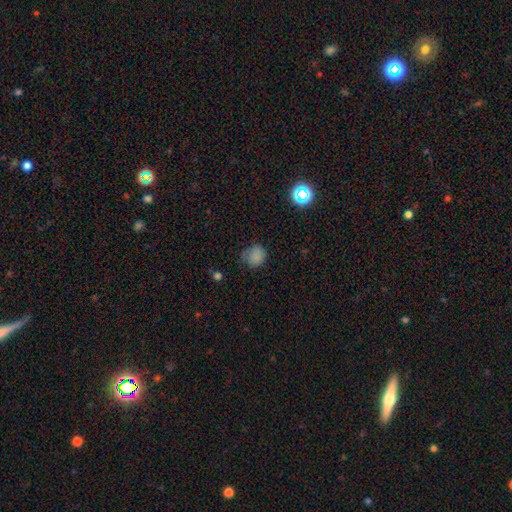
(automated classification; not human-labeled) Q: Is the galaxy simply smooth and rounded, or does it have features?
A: smooth — 81%.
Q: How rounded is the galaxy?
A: round — 79%.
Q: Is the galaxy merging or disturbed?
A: none — 62%.